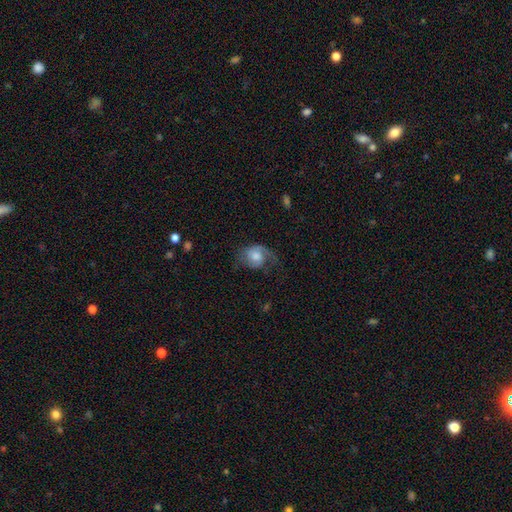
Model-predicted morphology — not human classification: Smooth or featured: featured or disk — 54% (smooth — 39%)
Edge-on disk: no — 97% (yes — 3%)
Bar: no — 72% (weak — 25%)
Spiral arms: yes — 89% (no — 11%)
Bulge size: moderate — 48% (large — 25%)
Merging: none — 43% (major disturbance — 29%)